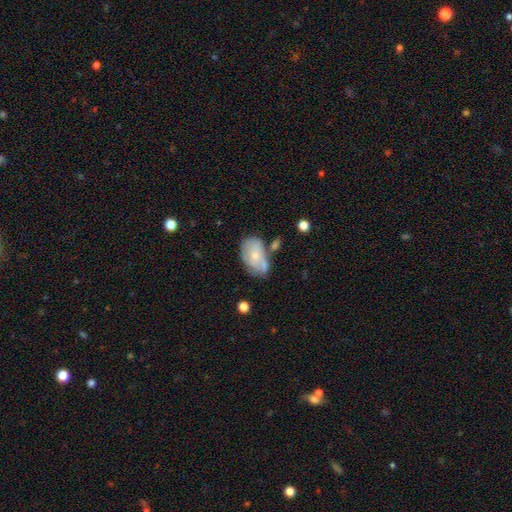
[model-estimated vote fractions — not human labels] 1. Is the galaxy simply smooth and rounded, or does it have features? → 48% smooth, 45% featured or disk, 7% star or artifact.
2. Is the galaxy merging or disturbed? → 42% none, 28% minor disturbance, 19% merger, 12% major disturbance.